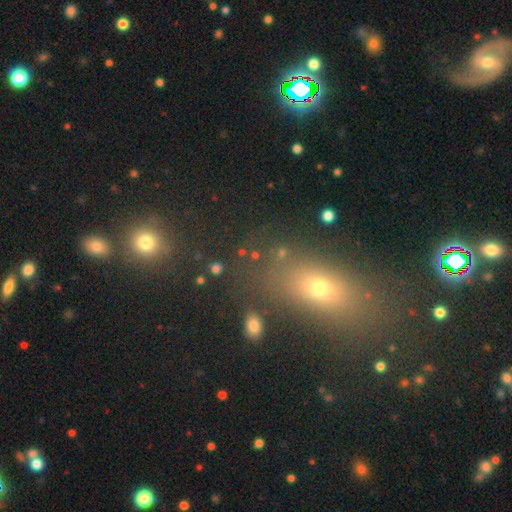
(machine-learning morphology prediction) A smooth galaxy with no disk features (58%) that is in between round and cigar-shaped (54%).

Vote fractions:
- Smooth or featured? smooth: 58% / star or artifact: 29% / featured or disk: 14%
- How rounded? in between: 54% / round: 40% / cigar-shaped: 6%
- Merging? none: 69% / minor disturbance: 12% / merger: 10% / major disturbance: 9%